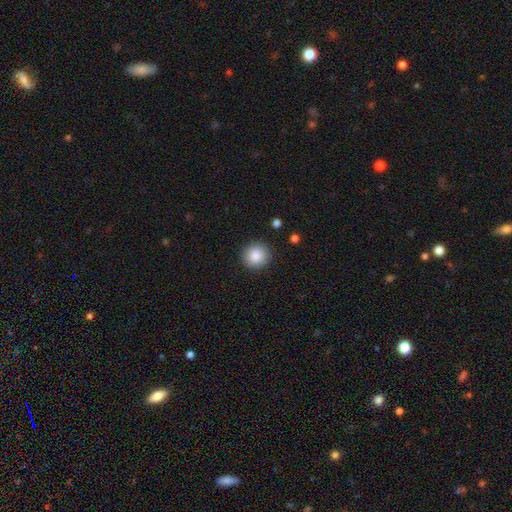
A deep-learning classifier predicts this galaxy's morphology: Smooth or featured? smooth (87%)
How rounded? round (94%)
Merging? none (91%)